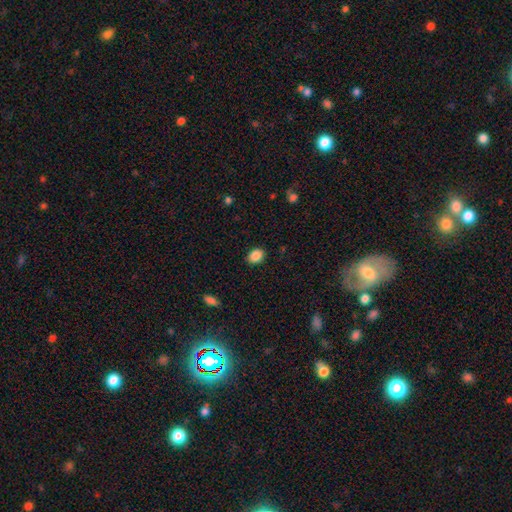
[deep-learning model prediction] smooth_or_featured: smooth (p=0.88) [alt: star or artifact p=0.08]
how_rounded: in between (p=0.64) [alt: round p=0.35]
merging: none (p=0.88) [alt: minor disturbance p=0.08]